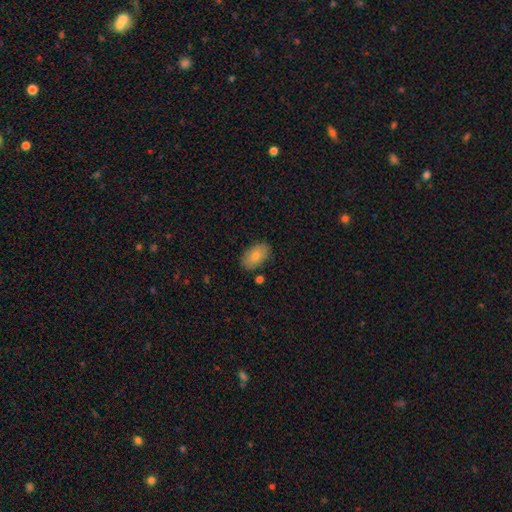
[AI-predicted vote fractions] Overall: smooth (79%). How rounded: in between (92%). Merging: none (84%).